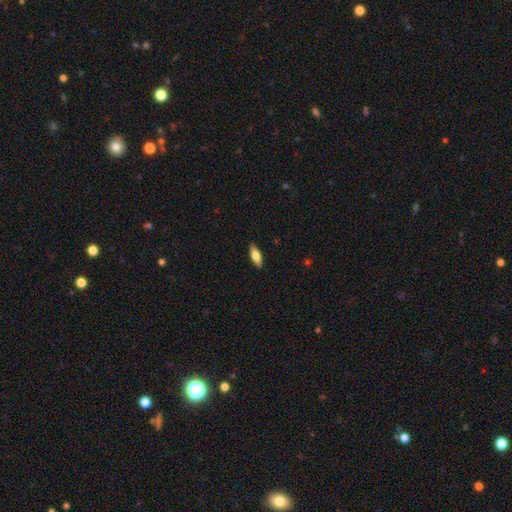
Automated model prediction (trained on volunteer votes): Morphology: type=smooth (73%); roundness=in between (70%); merging=none (89%).